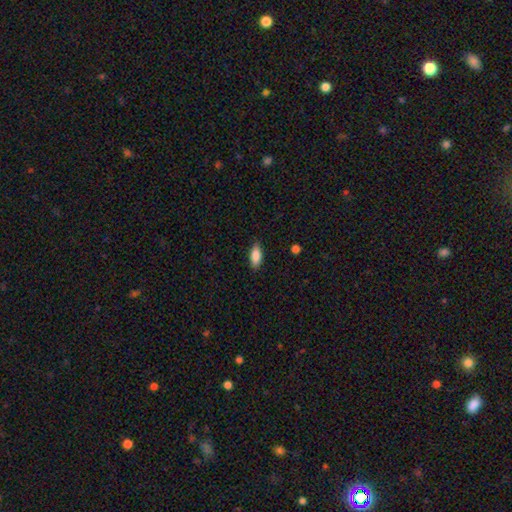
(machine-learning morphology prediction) A smooth galaxy with no disk features (87%) that is in between round and cigar-shaped (83%).

Vote fractions:
- Smooth or featured? smooth: 87% / featured or disk: 7% / star or artifact: 6%
- How rounded? in between: 83% / cigar-shaped: 15% / round: 2%
- Merging? none: 86% / minor disturbance: 11% / major disturbance: 2% / merger: 1%